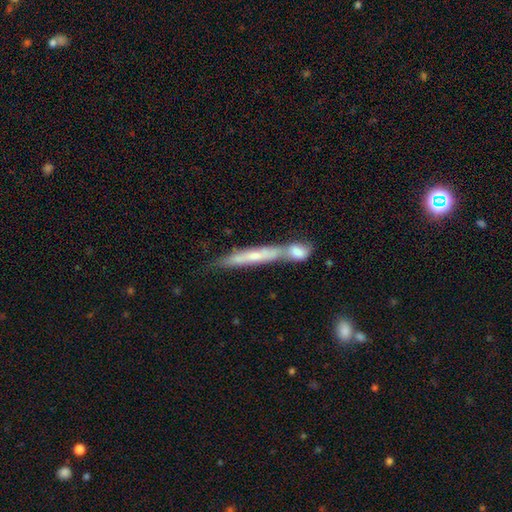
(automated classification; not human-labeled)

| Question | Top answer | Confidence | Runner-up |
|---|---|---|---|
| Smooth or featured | featured or disk | 49% | smooth (44%) |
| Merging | merger | 48% | none (36%) |